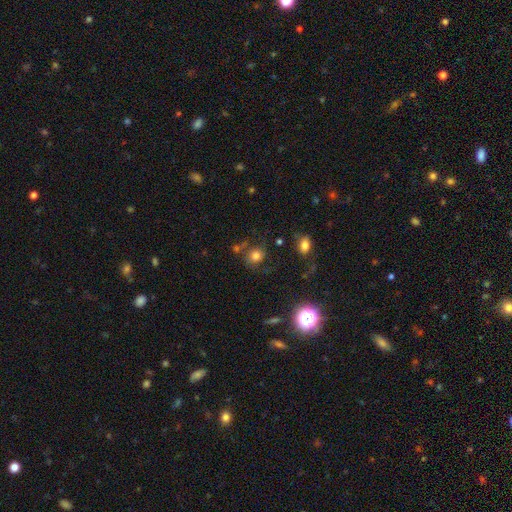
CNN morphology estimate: smooth 68%, star or artifact 17%, featured or disk 15%. Down the decision tree: how rounded — round (75%); merging — none (65%).